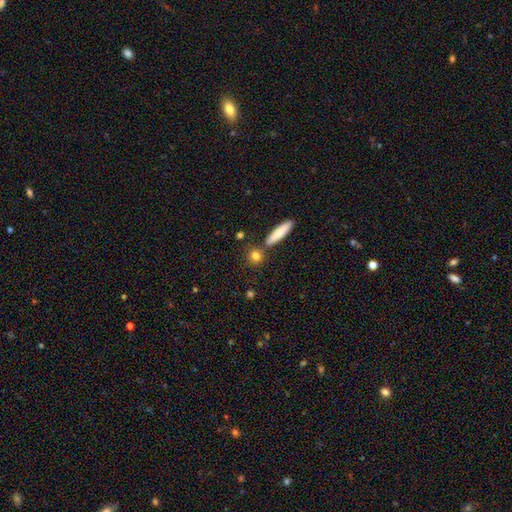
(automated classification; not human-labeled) A smooth galaxy with no disk features (81%) that is round (69%). Merging: none (77%).